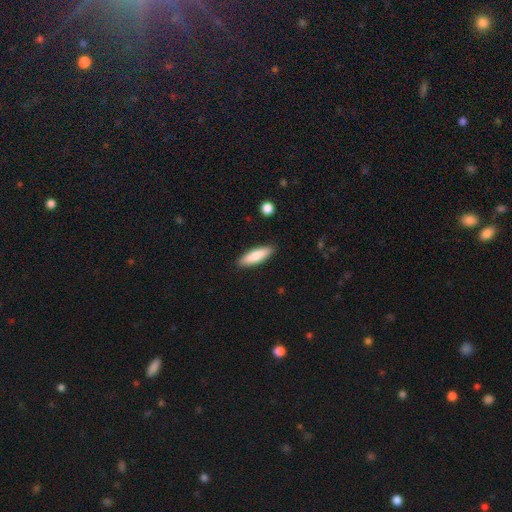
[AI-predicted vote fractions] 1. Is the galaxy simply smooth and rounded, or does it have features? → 84% smooth, 11% featured or disk, 5% star or artifact.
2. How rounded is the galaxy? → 60% cigar-shaped, 38% in between, 1% round.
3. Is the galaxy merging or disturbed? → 88% none, 9% minor disturbance, 2% major disturbance, 1% merger.